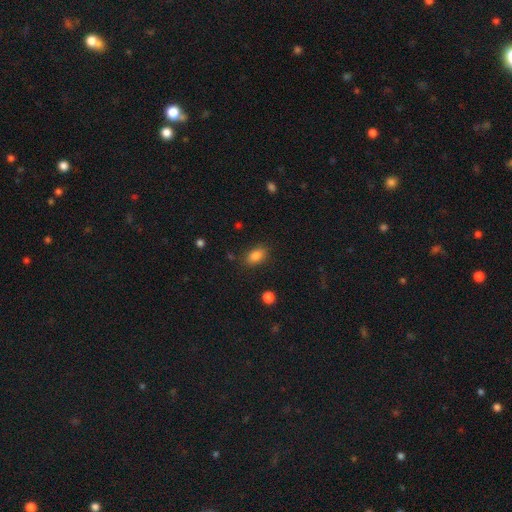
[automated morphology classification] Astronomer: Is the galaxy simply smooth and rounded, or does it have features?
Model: smooth — 85%.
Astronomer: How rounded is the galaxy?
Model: in between — 87%.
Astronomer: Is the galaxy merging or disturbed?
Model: none — 84%.